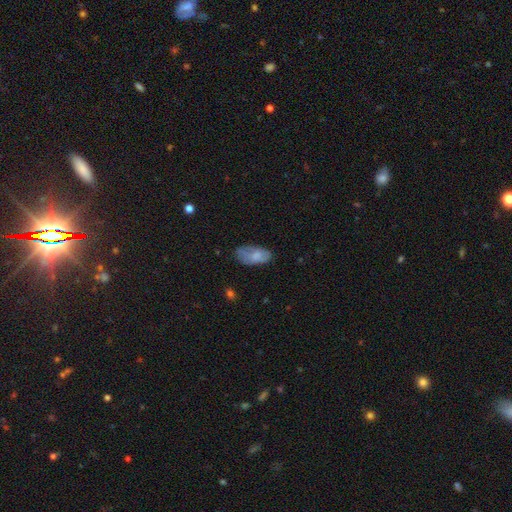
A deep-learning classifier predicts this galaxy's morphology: type=smooth (72%); roundness=in between (93%); merging=none (57%).